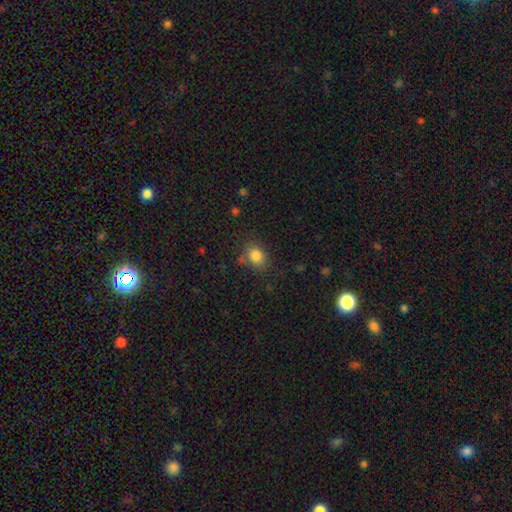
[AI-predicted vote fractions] smooth_or_featured: smooth (p=0.84) [alt: star or artifact p=0.11]
how_rounded: round (p=0.51) [alt: in between p=0.48]
merging: none (p=0.71) [alt: minor disturbance p=0.19]